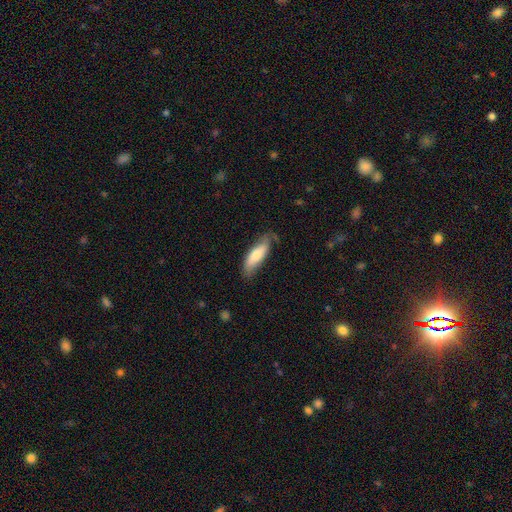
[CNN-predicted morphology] Overall: smooth (69%). How rounded: in between (50%; cigar-shaped 48%). Merging: none (64%; minor disturbance 28%).